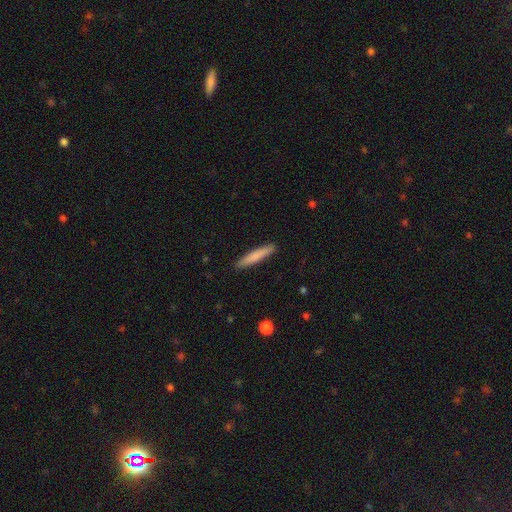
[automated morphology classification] The model was most divided on "smooth or featured": smooth: 78%, featured or disk: 17%, star or artifact: 6%. More confident: how rounded — cigar-shaped (93%); merging — none (90%).